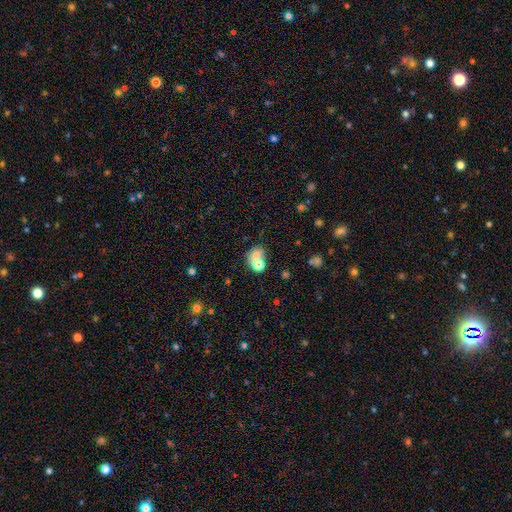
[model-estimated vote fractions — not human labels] smooth_or_featured: smooth (p=0.63) [alt: star or artifact p=0.20]
how_rounded: round (p=0.50) [alt: in between p=0.48]
merging: none (p=0.49) [alt: merger p=0.31]